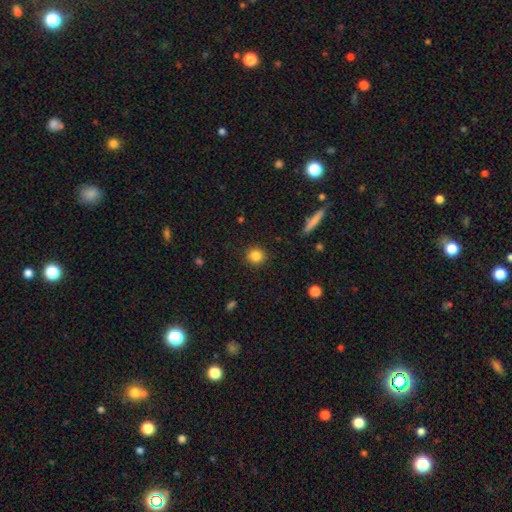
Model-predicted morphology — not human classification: Smooth or featured? Predicted: smooth (p=0.84). How rounded? Predicted: round (p=0.90). Merging? Predicted: none (p=0.91).